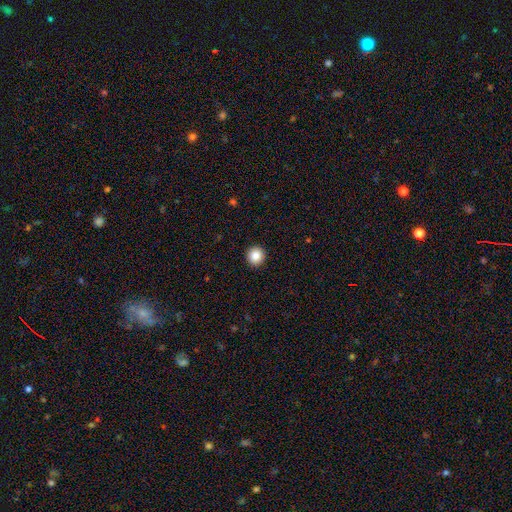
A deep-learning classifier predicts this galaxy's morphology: Smooth or featured?
  - smooth: 86% *
  - star or artifact: 10%
  - featured or disk: 4%
How rounded?
  - round: 95% *
  - in between: 4%
  - cigar-shaped: 1%
Merging?
  - none: 93% *
  - minor disturbance: 4%
  - major disturbance: 1%
  - merger: 1%